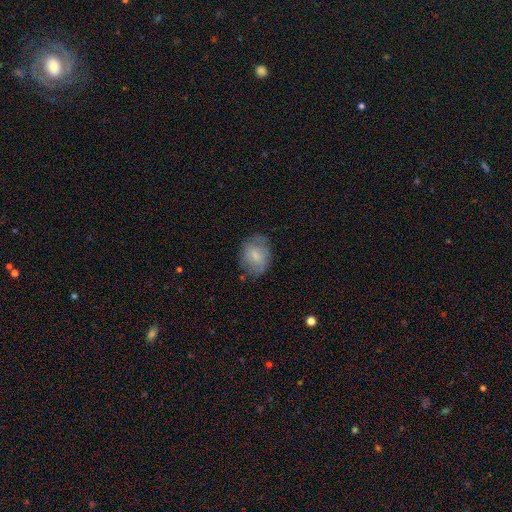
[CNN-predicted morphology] Q: Smooth or featured?
A: smooth (69%); runner-up: featured or disk (23%)
Q: How rounded?
A: in between (60%); runner-up: round (39%)
Q: Merging?
A: none (64%); runner-up: minor disturbance (24%)